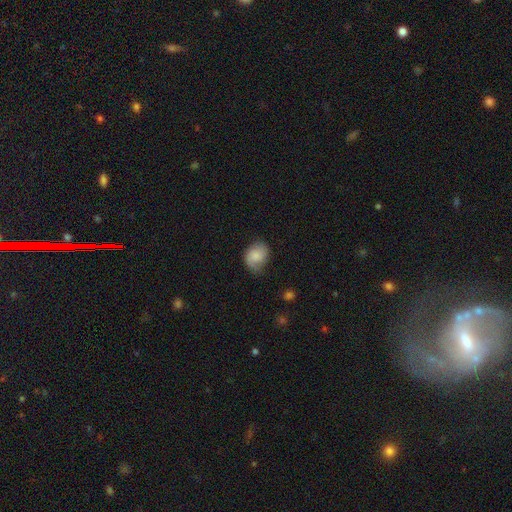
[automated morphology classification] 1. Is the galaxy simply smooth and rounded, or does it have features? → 68% smooth, 24% featured or disk, 8% star or artifact.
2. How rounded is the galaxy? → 50% in between, 49% round, 1% cigar-shaped.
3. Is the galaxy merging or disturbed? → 60% none, 29% minor disturbance, 9% major disturbance, 2% merger.